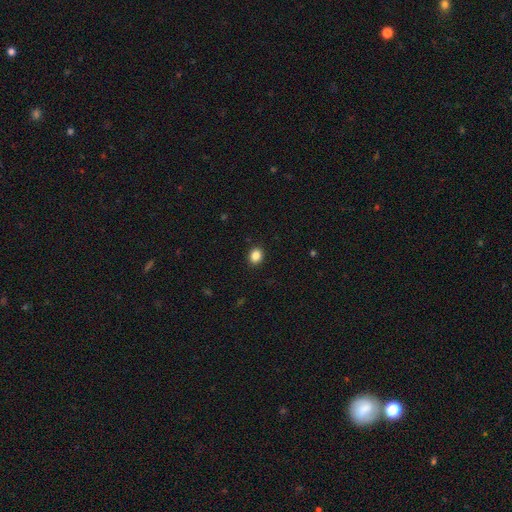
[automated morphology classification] Smooth or featured?
  - smooth: 86% *
  - star or artifact: 10%
  - featured or disk: 4%
How rounded?
  - round: 60% *
  - in between: 39%
  - cigar-shaped: 1%
Merging?
  - none: 91% *
  - minor disturbance: 6%
  - major disturbance: 2%
  - merger: 1%